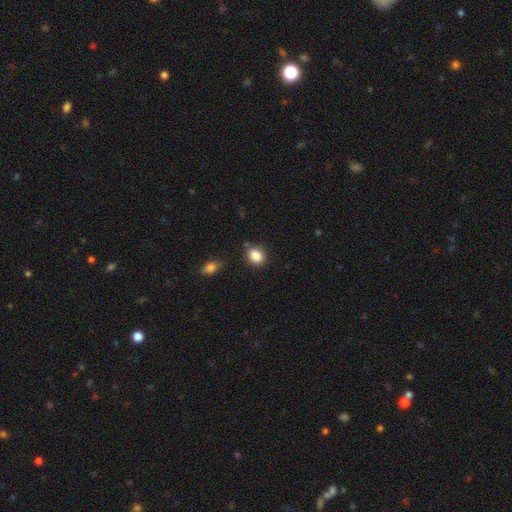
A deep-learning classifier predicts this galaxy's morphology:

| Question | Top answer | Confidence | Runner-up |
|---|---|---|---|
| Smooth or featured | smooth | 87% | star or artifact (9%) |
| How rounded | round | 58% | in between (40%) |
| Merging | none | 80% | minor disturbance (12%) |